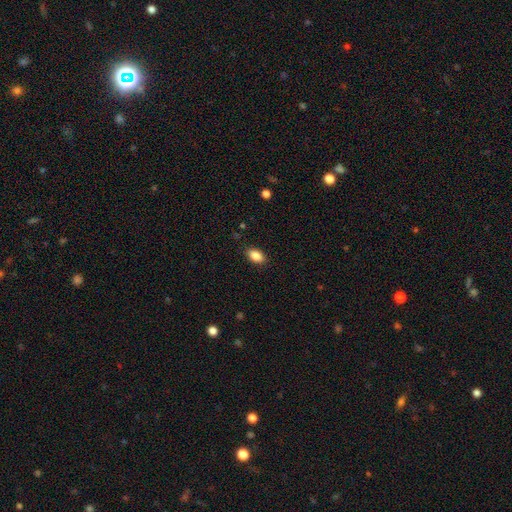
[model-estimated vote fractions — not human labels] Smooth or featured: smooth — 88% (star or artifact — 8%)
How rounded: in between — 90% (round — 7%)
Merging: none — 87% (minor disturbance — 10%)